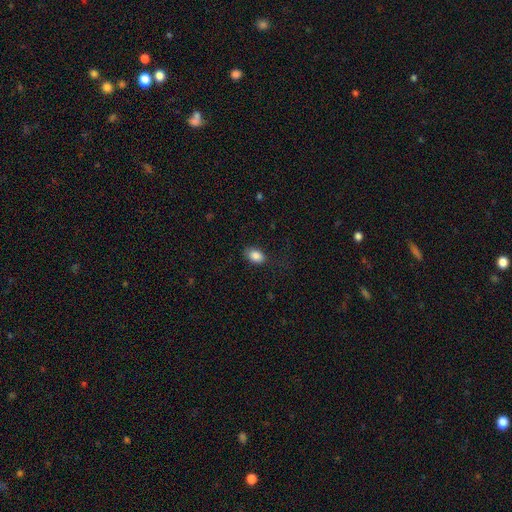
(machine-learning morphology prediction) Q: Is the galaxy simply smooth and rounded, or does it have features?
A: smooth — 86%.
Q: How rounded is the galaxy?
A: in between — 81%.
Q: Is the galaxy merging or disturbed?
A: none — 76%.